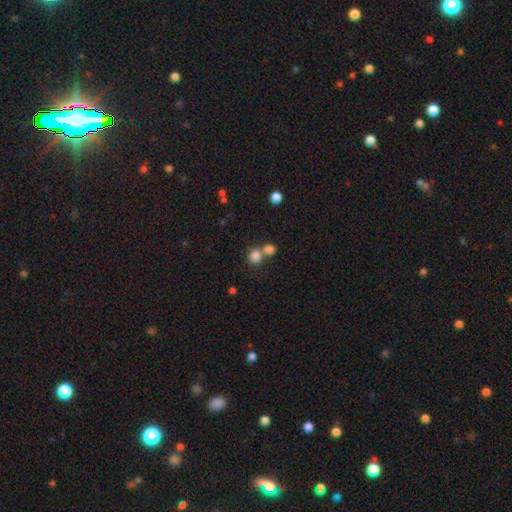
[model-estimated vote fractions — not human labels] smooth 82%, star or artifact 11%, featured or disk 7%. Down the decision tree: how rounded — round (82%); merging — merger (46%).